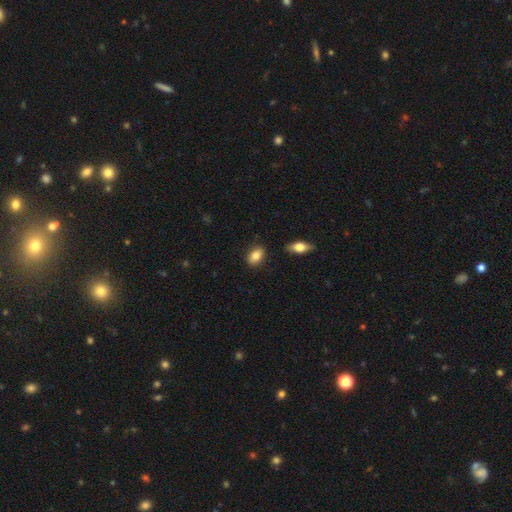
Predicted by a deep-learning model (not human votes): A smooth galaxy with no disk features (83%) that is in between round and cigar-shaped (85%).

Vote fractions:
- Smooth or featured? smooth: 83% / featured or disk: 10% / star or artifact: 7%
- How rounded? in between: 85% / round: 13% / cigar-shaped: 3%
- Merging? none: 85% / minor disturbance: 10% / merger: 2% / major disturbance: 2%